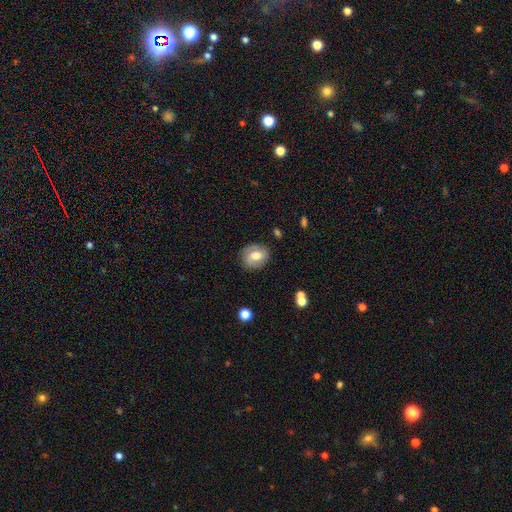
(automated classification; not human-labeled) Smooth or featured? Predicted: smooth (p=0.55). How rounded? Predicted: round (p=0.51). Merging? Predicted: none (p=0.78).